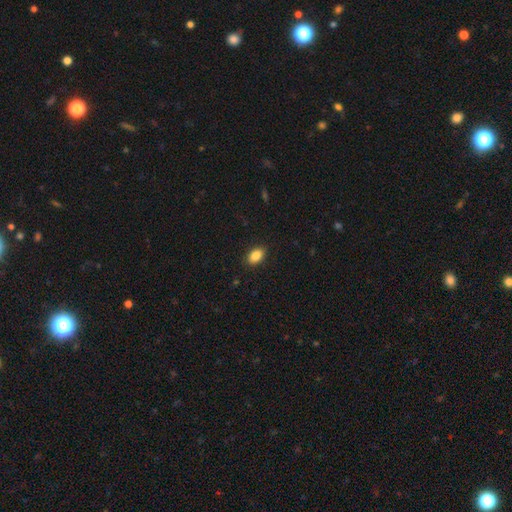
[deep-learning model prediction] This is clearly a smooth galaxy (87%). How rounded: clearly in between (86%). Merging: clearly none (89%).